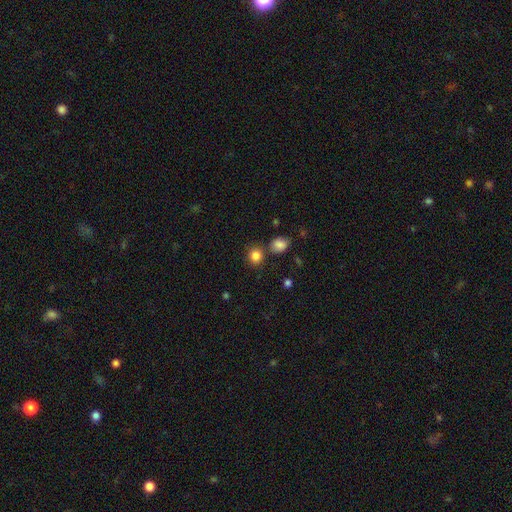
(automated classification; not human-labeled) Smooth or featured: smooth — 84% (star or artifact — 11%)
How rounded: round — 83% (in between — 16%)
Merging: none — 75% (merger — 12%)